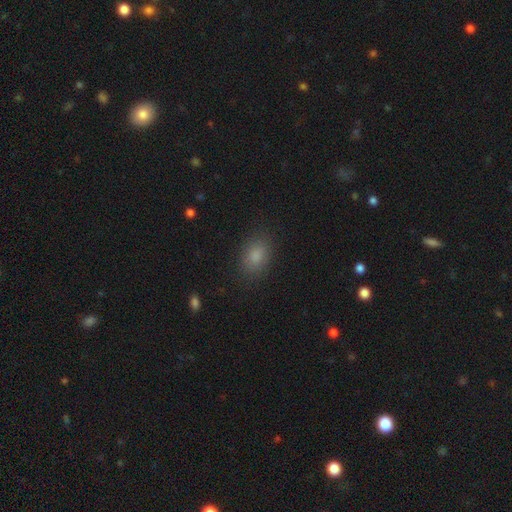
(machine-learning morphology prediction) The model was most divided on "how rounded": in between: 79%, round: 19%, cigar-shaped: 2%. More confident: merging — none (84%); smooth or featured — smooth (84%).